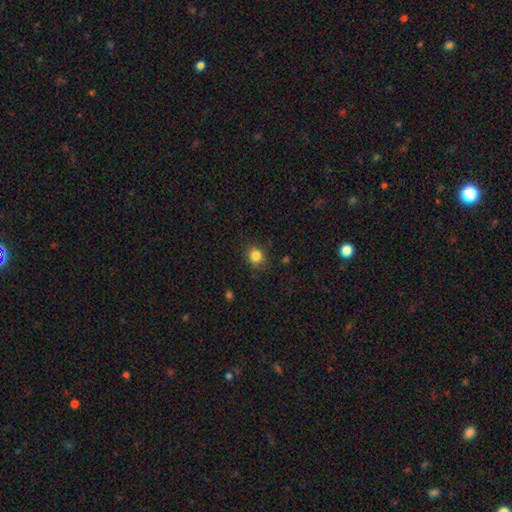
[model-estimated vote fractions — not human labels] The model was most divided on "how rounded": round: 85%, in between: 14%, cigar-shaped: 1%. More confident: merging — none (85%); smooth or featured — smooth (84%).